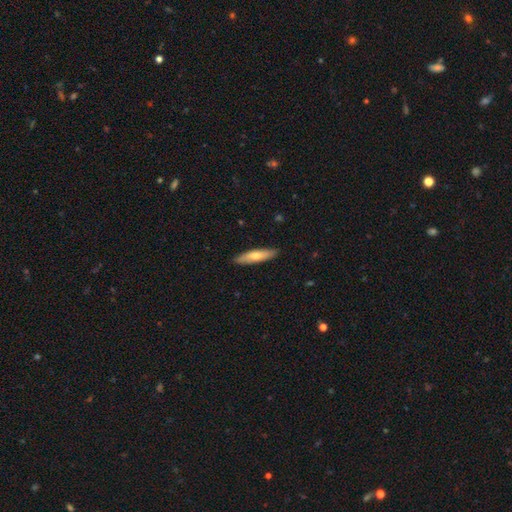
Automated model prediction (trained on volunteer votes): Smooth or featured: smooth — 66% (featured or disk — 29%)
How rounded: cigar-shaped — 76% (in between — 23%)
Merging: none — 89% (minor disturbance — 9%)